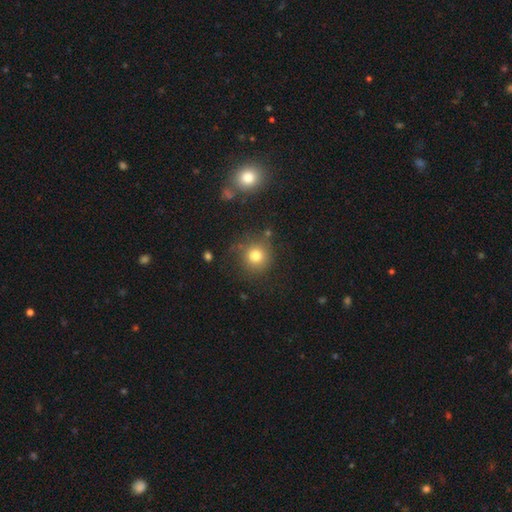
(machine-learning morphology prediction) A smooth galaxy with no disk features (78%) that is round (91%).

Vote fractions:
- Smooth or featured? smooth: 78% / star or artifact: 13% / featured or disk: 9%
- How rounded? round: 91% / in between: 8% / cigar-shaped: 1%
- Merging? none: 77% / minor disturbance: 13% / major disturbance: 5% / merger: 4%